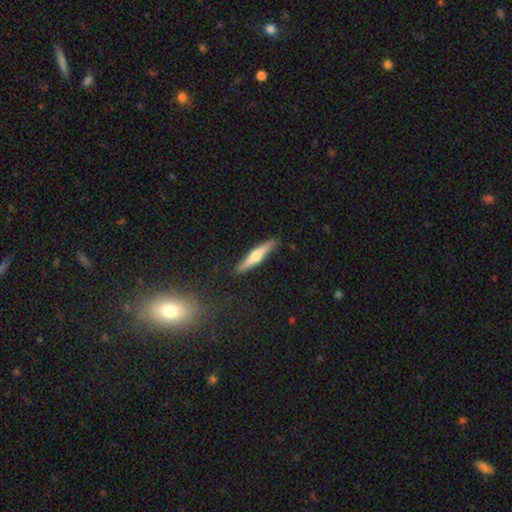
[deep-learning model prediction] A smooth galaxy with no disk features (48%).

Vote fractions:
- Smooth or featured? smooth: 48% / featured or disk: 46% / star or artifact: 6%
- Merging? none: 88% / minor disturbance: 9% / major disturbance: 2% / merger: 1%